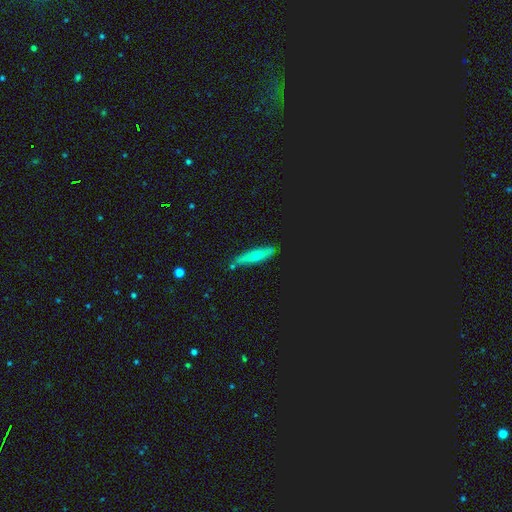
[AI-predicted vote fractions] smooth 61%, featured or disk 27%, star or artifact 13%. Down the decision tree: how rounded — cigar-shaped (83%); merging — none (81%).